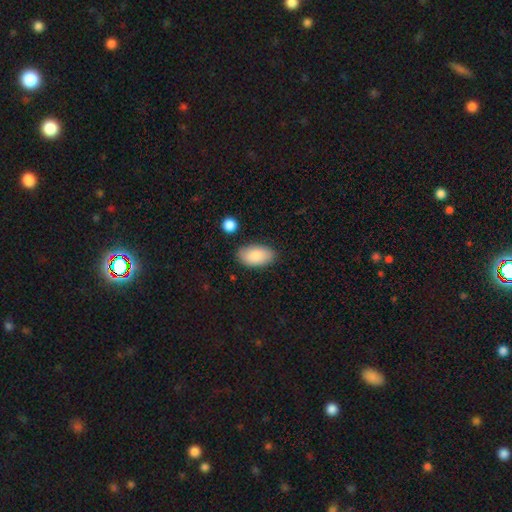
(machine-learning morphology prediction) A smooth galaxy with no disk features (87%) that is in between round and cigar-shaped (95%).

Vote fractions:
- Smooth or featured? smooth: 87% / featured or disk: 7% / star or artifact: 6%
- How rounded? in between: 95% / round: 4% / cigar-shaped: 2%
- Merging? none: 83% / minor disturbance: 12% / major disturbance: 3% / merger: 3%